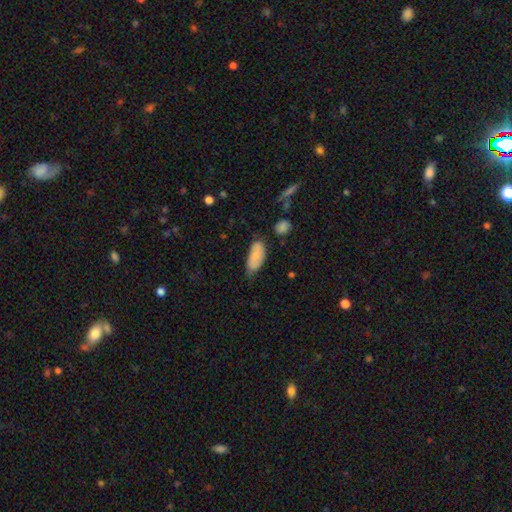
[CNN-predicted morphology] This appears to be a smooth galaxy with no disk features (78%) that is in between round and cigar-shaped (90%). Merging: none (56%).